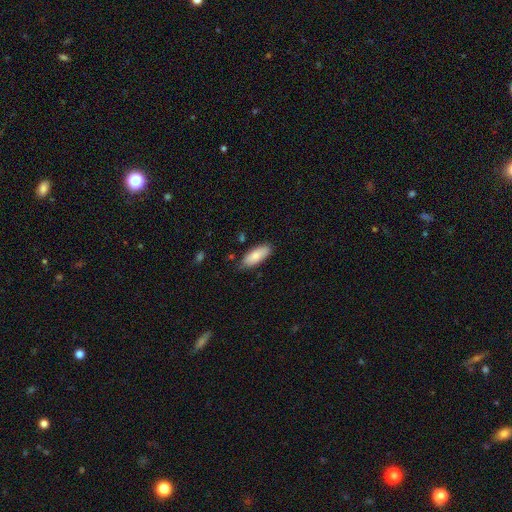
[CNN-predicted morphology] The model was most divided on "how rounded": in between: 77%, cigar-shaped: 21%, round: 2%. More confident: smooth or featured — smooth (81%); merging — none (79%).